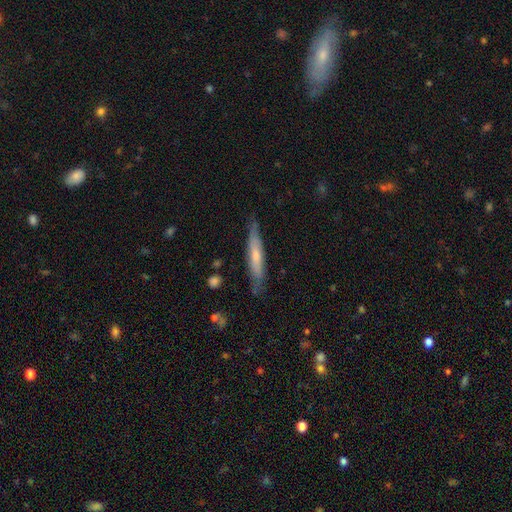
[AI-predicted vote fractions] smooth 48%, featured or disk 47%, star or artifact 5%. Down the decision tree: merging — none (77%).